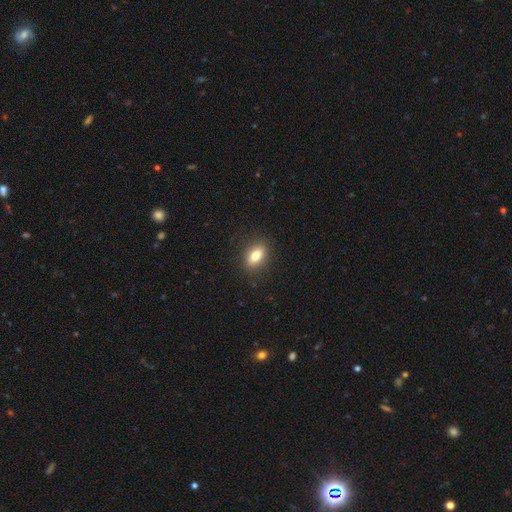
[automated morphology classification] The model was most divided on "smooth or featured": smooth: 78%, featured or disk: 13%, star or artifact: 9%. More confident: merging — none (88%); how rounded — in between (81%).